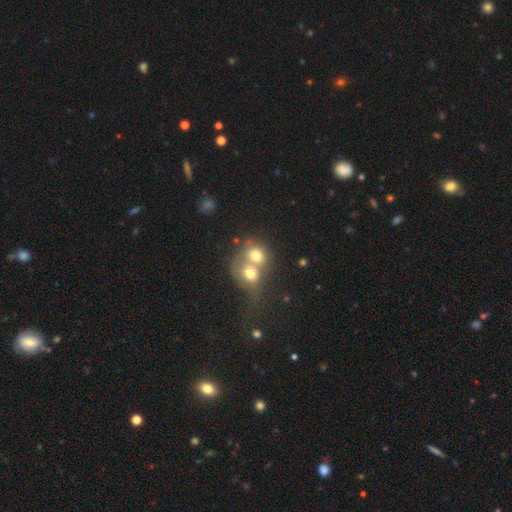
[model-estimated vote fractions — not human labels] Smooth or featured: smooth — 68% (featured or disk — 21%)
How rounded: round — 65% (in between — 34%)
Merging: merger — 72% (none — 17%)